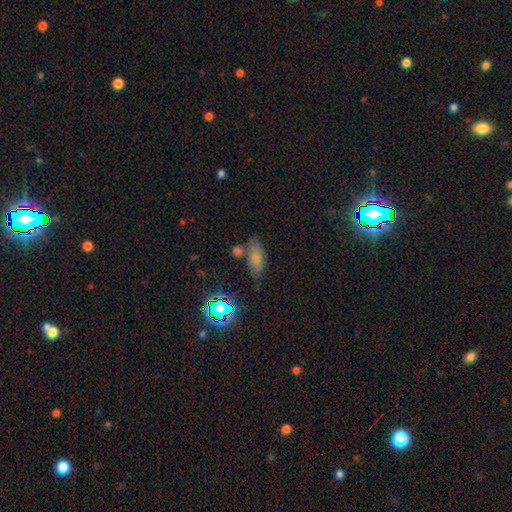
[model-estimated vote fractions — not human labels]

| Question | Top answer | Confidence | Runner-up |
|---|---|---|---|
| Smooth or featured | smooth | 71% | star or artifact (15%) |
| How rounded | in between | 76% | cigar-shaped (18%) |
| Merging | none | 58% | minor disturbance (20%) |